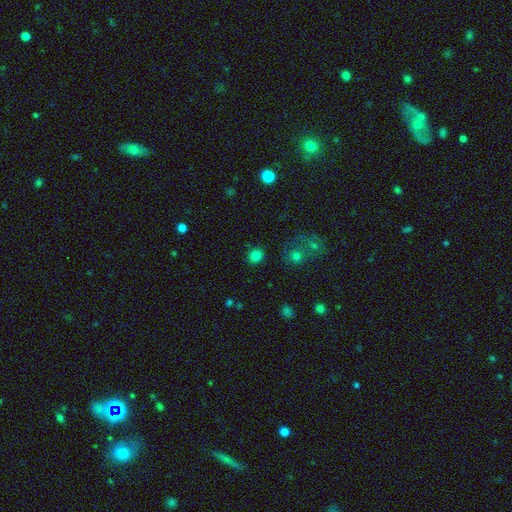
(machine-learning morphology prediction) Smooth or featured?
  - smooth: 81% *
  - star or artifact: 14%
  - featured or disk: 5%
How rounded?
  - round: 80% *
  - in between: 19%
  - cigar-shaped: 1%
Merging?
  - none: 84% *
  - minor disturbance: 9%
  - merger: 4%
  - major disturbance: 3%